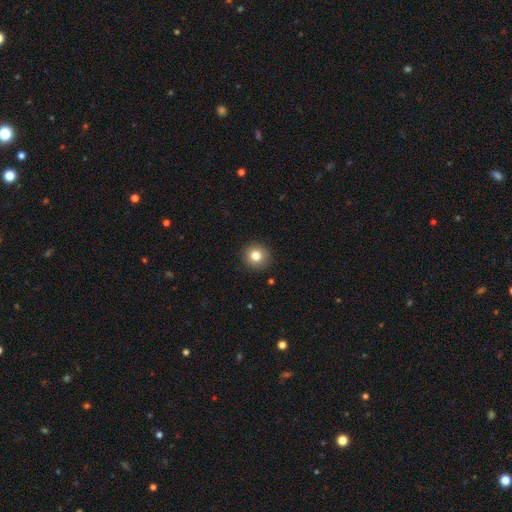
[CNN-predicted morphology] Smooth or featured: smooth — 81% (star or artifact — 11%)
How rounded: round — 94% (in between — 5%)
Merging: none — 92% (minor disturbance — 5%)